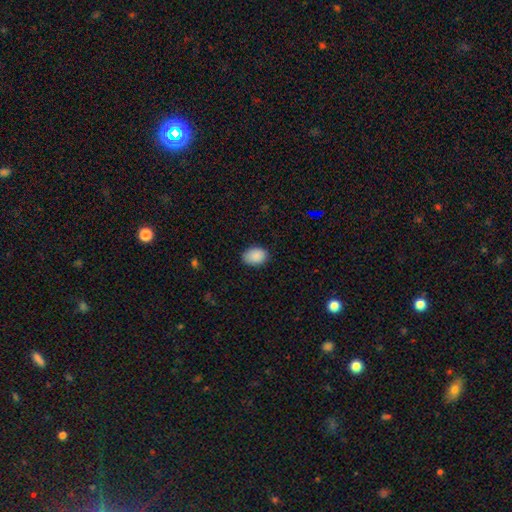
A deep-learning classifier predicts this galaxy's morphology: type=smooth (89%); roundness=in between (78%); merging=none (85%).